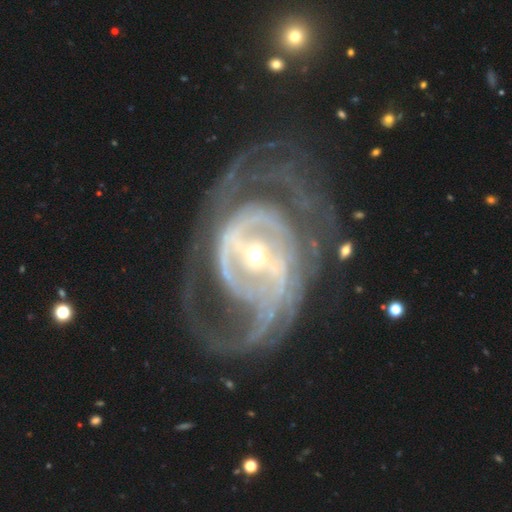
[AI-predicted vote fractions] Smooth or featured?
  - featured or disk: 90% *
  - star or artifact: 5%
  - smooth: 4%
Edge-on disk?
  - no: 96% *
  - yes: 4%
Bar?
  - strong: 53% *
  - weak: 31%
  - no: 16%
Spiral arms?
  - yes: 93% *
  - no: 7%
Spiral winding?
  - medium: 42% *
  - tight: 40%
  - loose: 17%
Spiral arm count?
  - 2: 41% *
  - can't tell: 24%
  - 3: 14%
  - 4: 8%
  - 1: 7%
  - more than 4: 6%
Bulge size?
  - small: 68% *
  - moderate: 26%
  - large: 3%
  - dominant: 1%
  - none: 1%
Merging?
  - none: 56% *
  - major disturbance: 26%
  - minor disturbance: 16%
  - merger: 2%